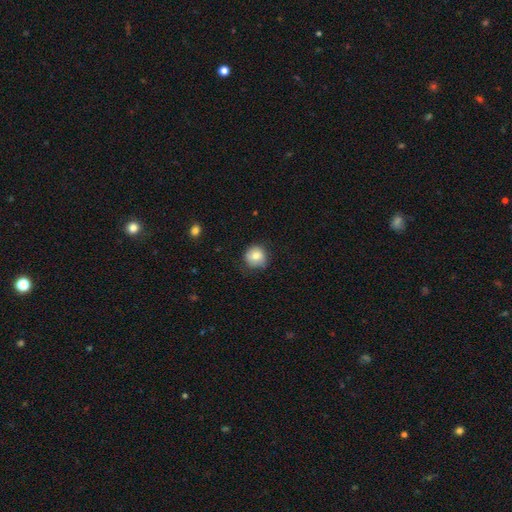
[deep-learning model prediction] smooth_or_featured: smooth (p=0.79) [alt: featured or disk p=0.12]
how_rounded: round (p=0.88) [alt: in between p=0.11]
merging: none (p=0.74) [alt: minor disturbance p=0.20]